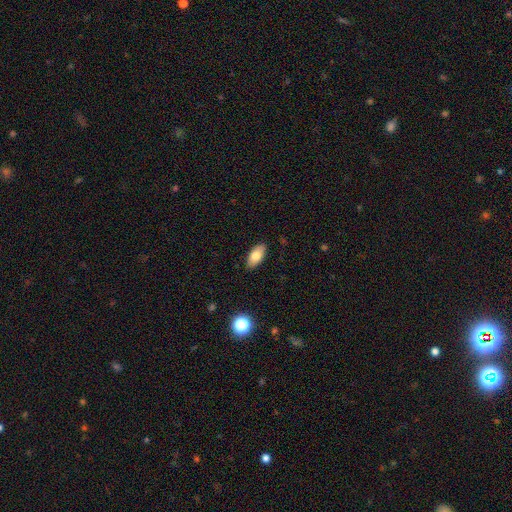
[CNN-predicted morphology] Smooth or featured? smooth (81%)
How rounded? in between (91%)
Merging? none (87%)